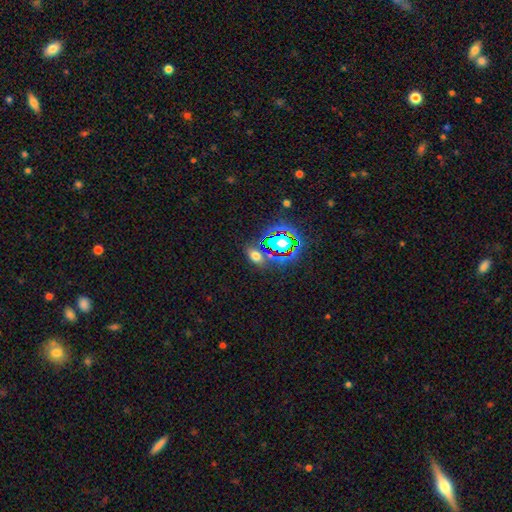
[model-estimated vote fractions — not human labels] Smooth or featured? Predicted: smooth (p=0.58). How rounded? Predicted: in between (p=0.78). Merging? Predicted: none (p=0.75).